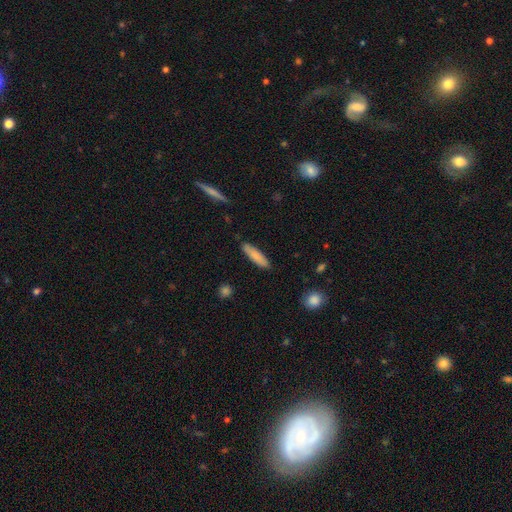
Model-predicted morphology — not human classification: A smooth galaxy with no disk features (80%) that is cigar-shaped (75%). Merging: none (86%).